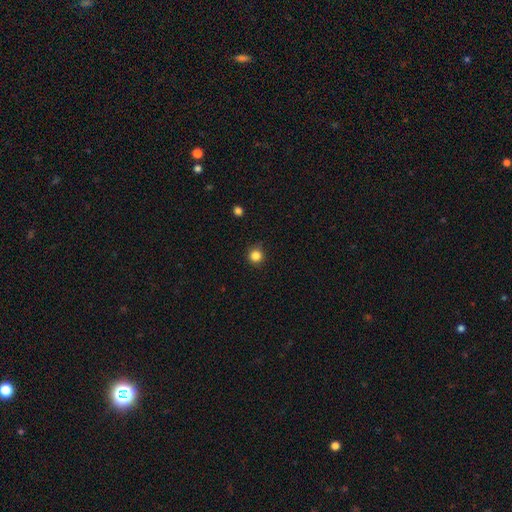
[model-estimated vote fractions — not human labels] A smooth galaxy with no disk features (84%) that is round (94%). Merging: none (88%).